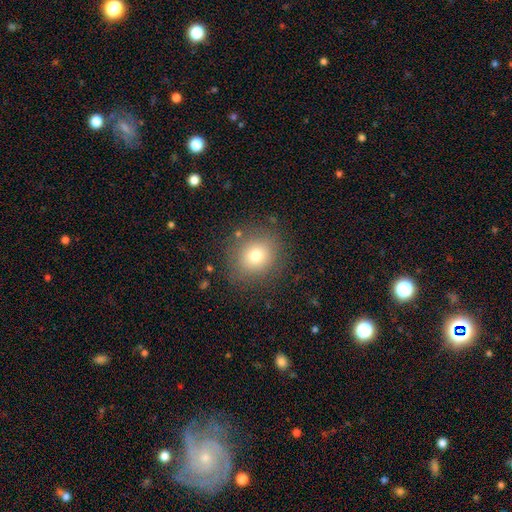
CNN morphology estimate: Overall: smooth (74%). How rounded: round (82%). Merging: none (84%).